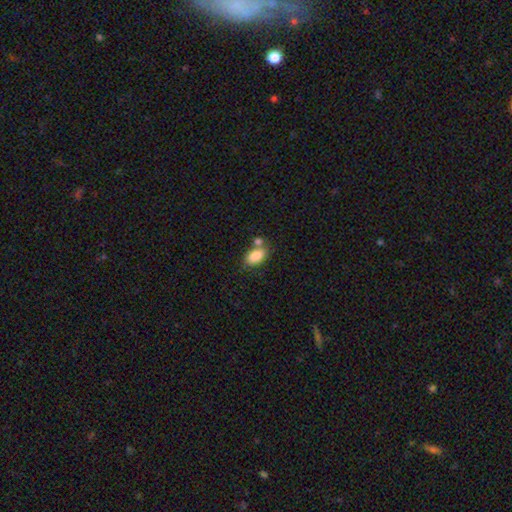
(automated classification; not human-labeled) Smooth or featured?
  - smooth: 86% *
  - star or artifact: 8%
  - featured or disk: 6%
How rounded?
  - in between: 91% *
  - round: 6%
  - cigar-shaped: 3%
Merging?
  - none: 55% *
  - merger: 28%
  - minor disturbance: 13%
  - major disturbance: 4%